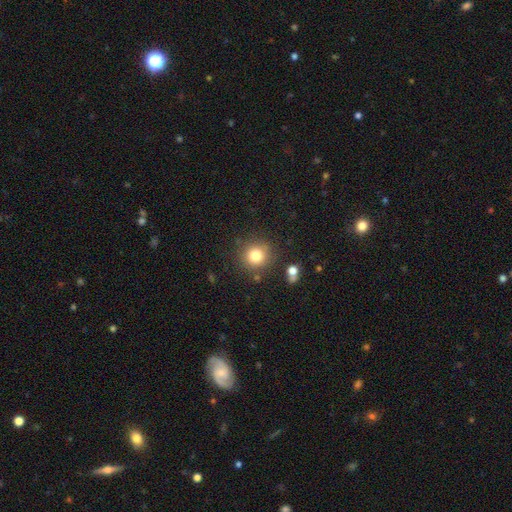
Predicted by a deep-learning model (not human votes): Smooth or featured: smooth — 80% (star or artifact — 12%)
How rounded: round — 92% (in between — 7%)
Merging: none — 84% (minor disturbance — 9%)